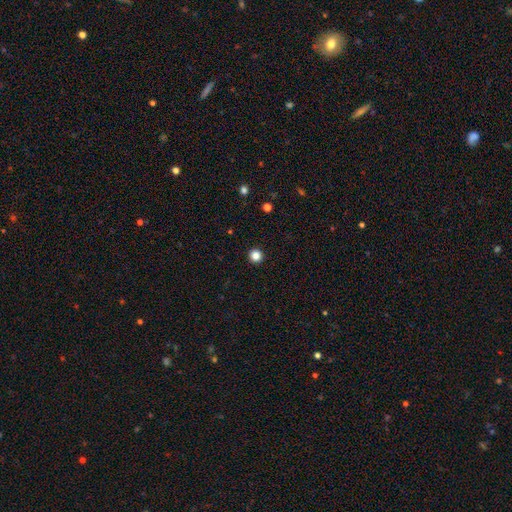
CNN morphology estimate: Smooth or featured?
  - smooth: 85% *
  - star or artifact: 12%
  - featured or disk: 3%
How rounded?
  - round: 96% *
  - in between: 3%
  - cigar-shaped: 1%
Merging?
  - none: 94% *
  - minor disturbance: 4%
  - major disturbance: 1%
  - merger: 1%